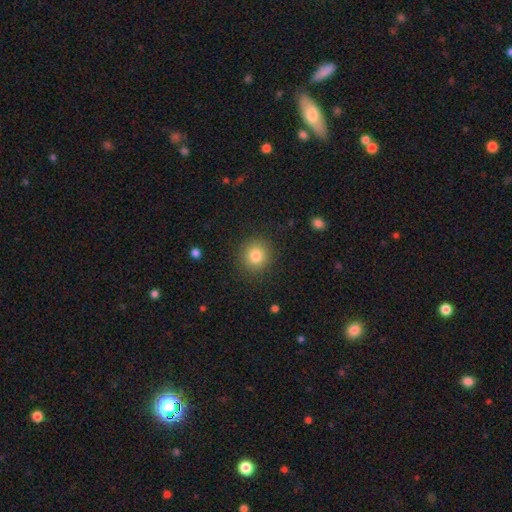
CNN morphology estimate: Q: Smooth or featured?
A: smooth (82%); runner-up: star or artifact (11%)
Q: How rounded?
A: round (90%); runner-up: in between (9%)
Q: Merging?
A: none (89%); runner-up: minor disturbance (7%)